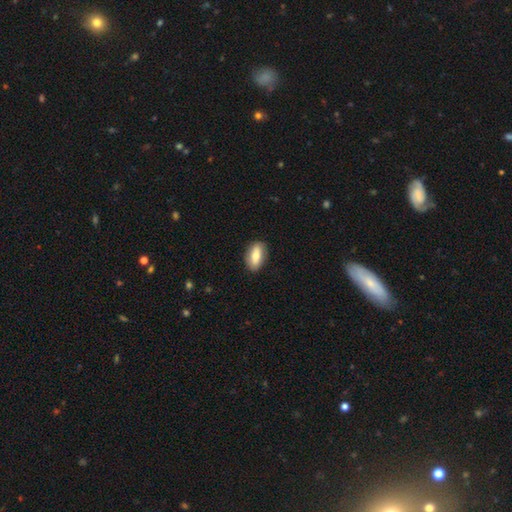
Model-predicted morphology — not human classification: This appears to be a smooth galaxy with no disk features (70%) that is in between round and cigar-shaped (86%). Merging: none (86%).